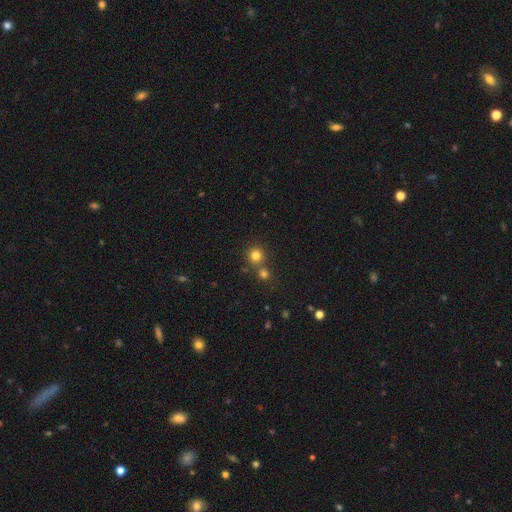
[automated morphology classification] Smooth or featured?
  - smooth: 79% *
  - star or artifact: 15%
  - featured or disk: 6%
How rounded?
  - round: 92% *
  - in between: 7%
  - cigar-shaped: 1%
Merging?
  - none: 68% *
  - merger: 24%
  - minor disturbance: 6%
  - major disturbance: 2%